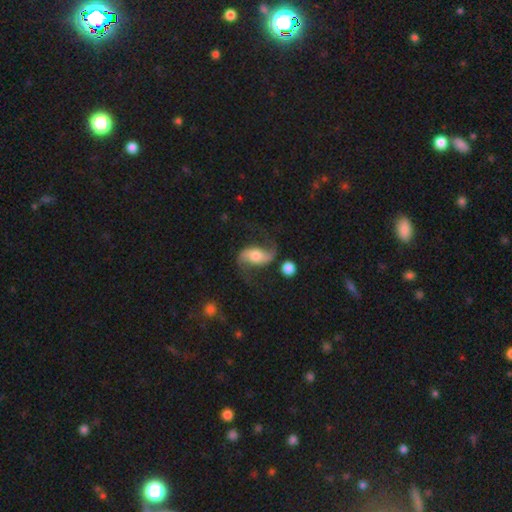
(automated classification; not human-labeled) Smooth or featured?
  - featured or disk: 81% *
  - smooth: 14%
  - star or artifact: 6%
Edge-on disk?
  - no: 96% *
  - yes: 4%
Bar?
  - no: 42% *
  - weak: 34%
  - strong: 25%
Spiral arms?
  - yes: 95% *
  - no: 5%
Spiral winding?
  - loose: 78% *
  - medium: 18%
  - tight: 4%
Spiral arm count?
  - 2: 93% *
  - 1: 2%
  - can't tell: 2%
  - 3: 1%
  - 4: 1%
  - more than 4: 1%
Bulge size?
  - moderate: 52% *
  - small: 22%
  - large: 19%
  - none: 4%
  - dominant: 4%
Merging?
  - none: 66% *
  - minor disturbance: 16%
  - major disturbance: 14%
  - merger: 4%